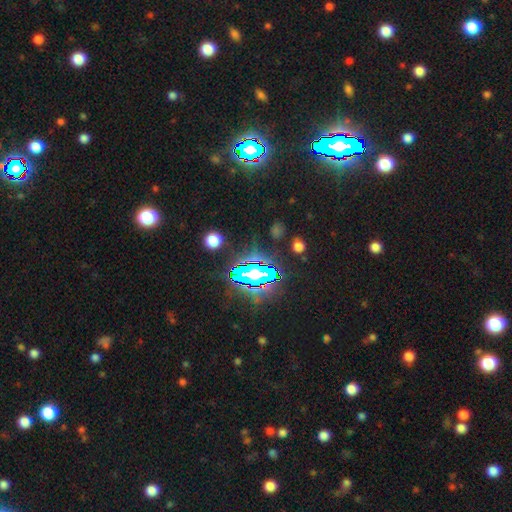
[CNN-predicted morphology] smooth_or_featured: star or artifact (p=0.82) [alt: smooth p=0.10]